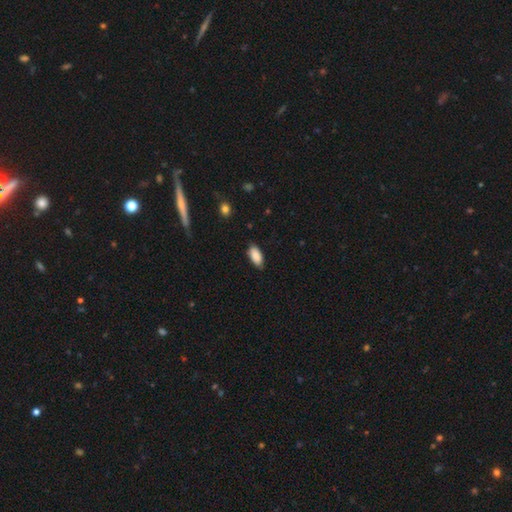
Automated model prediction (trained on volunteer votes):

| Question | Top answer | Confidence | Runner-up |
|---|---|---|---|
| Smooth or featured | smooth | 89% | star or artifact (6%) |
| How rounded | in between | 91% | cigar-shaped (7%) |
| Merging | none | 81% | minor disturbance (15%) |